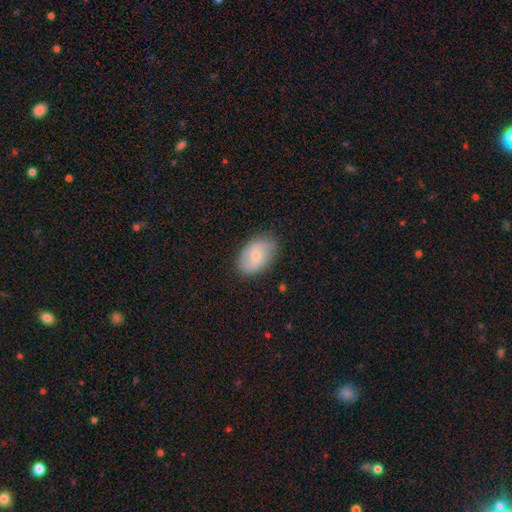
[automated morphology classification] Smooth or featured: smooth — 50% (featured or disk — 43%)
How rounded: in between — 89% (round — 9%)
Merging: none — 82% (minor disturbance — 14%)